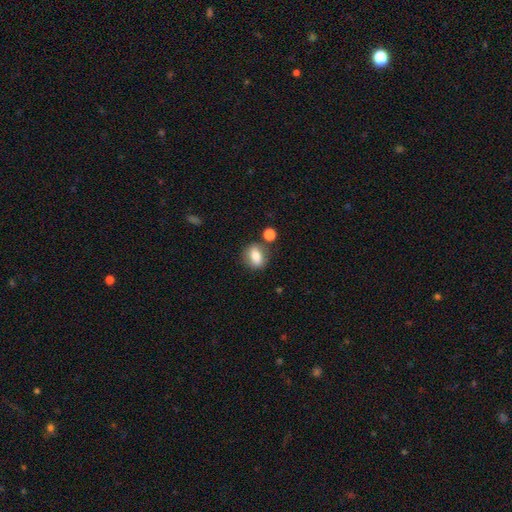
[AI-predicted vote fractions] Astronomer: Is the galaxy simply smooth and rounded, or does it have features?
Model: smooth — 76%.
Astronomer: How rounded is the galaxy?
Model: in between — 57% (runner-up: round, 40%).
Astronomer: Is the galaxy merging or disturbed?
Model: none — 75%.